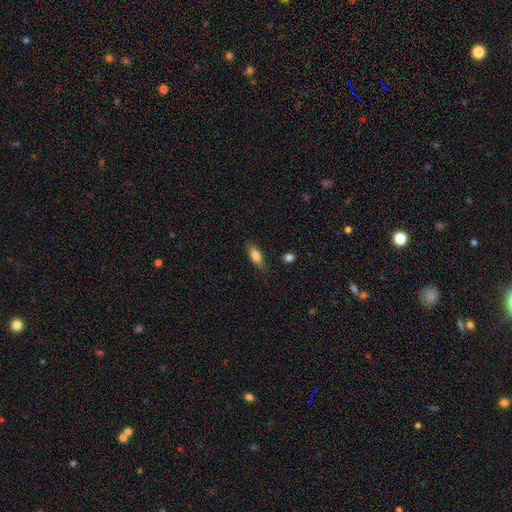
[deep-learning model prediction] This is clearly a smooth galaxy (80%). How rounded: likely in between (77%). Merging: likely none (79%).